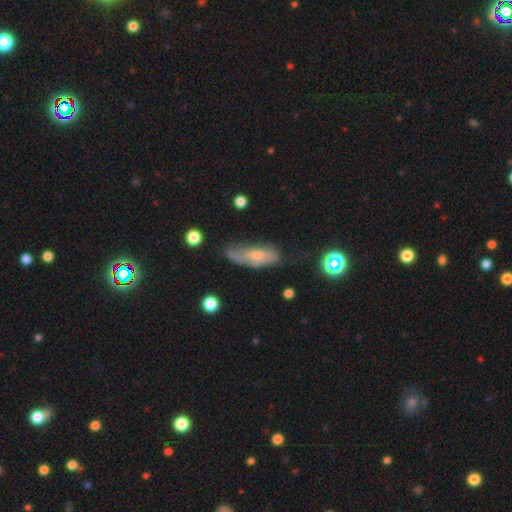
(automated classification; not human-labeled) A smooth galaxy with no disk features (48%). Merging: none (43%).